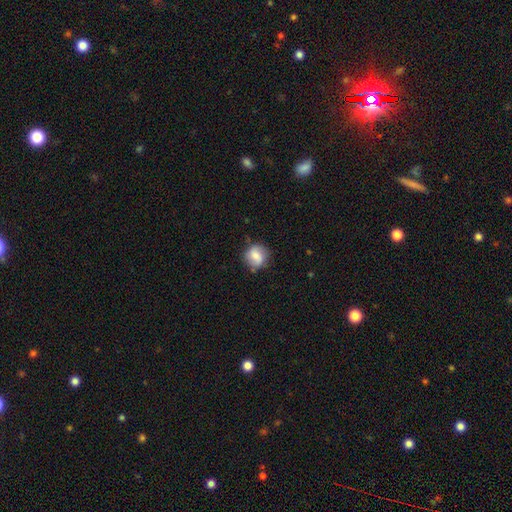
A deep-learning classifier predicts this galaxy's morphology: Overall: smooth (68%). How rounded: round (83%). Merging: none (73%).